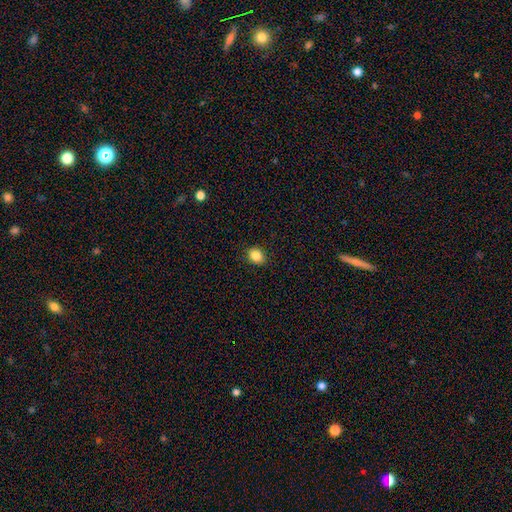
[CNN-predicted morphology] A smooth galaxy with no disk features (85%) that is round (56%). Merging: none (90%).